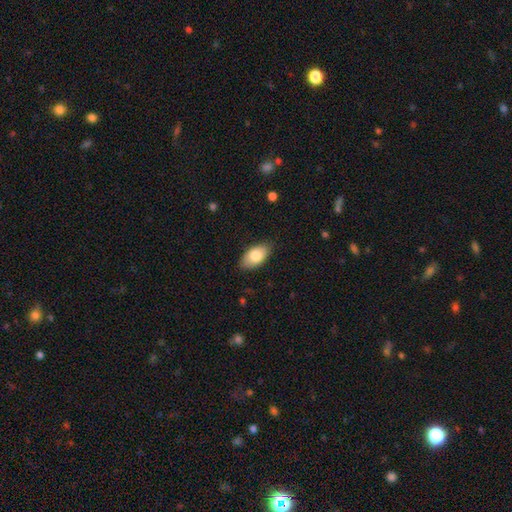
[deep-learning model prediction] smooth_or_featured: smooth (p=0.80) [alt: featured or disk p=0.14]
how_rounded: in between (p=0.93) [alt: round p=0.04]
merging: none (p=0.83) [alt: minor disturbance p=0.13]